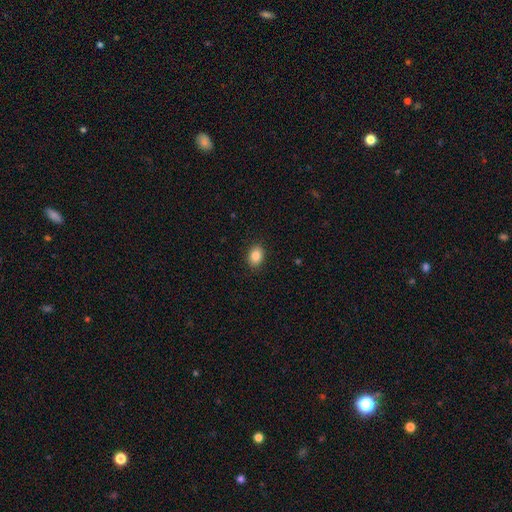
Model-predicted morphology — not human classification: This is clearly a smooth galaxy (86%). How rounded: likely in between (72%). Merging: clearly none (89%).